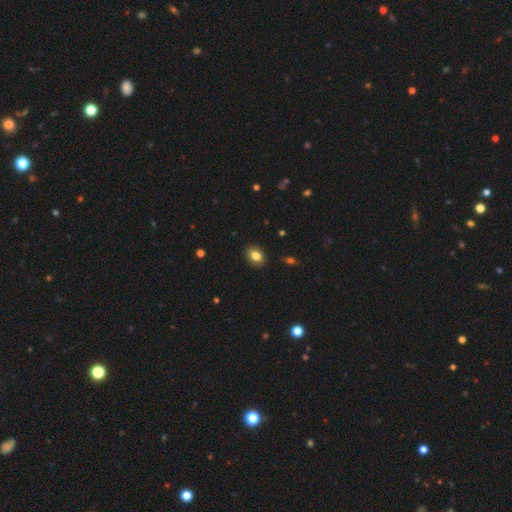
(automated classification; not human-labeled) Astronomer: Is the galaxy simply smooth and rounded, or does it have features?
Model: smooth — 84%.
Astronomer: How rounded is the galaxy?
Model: in between — 68%.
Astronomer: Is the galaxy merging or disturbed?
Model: none — 89%.